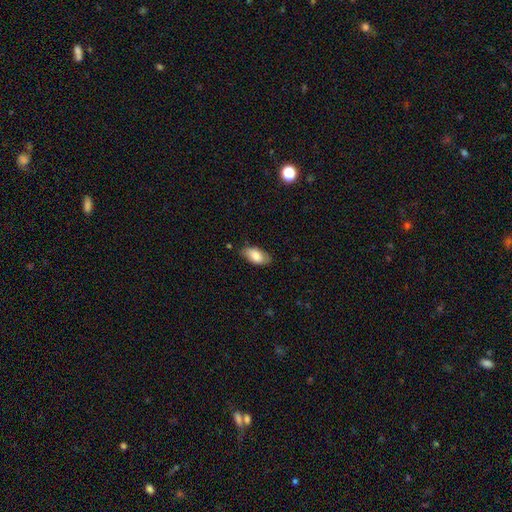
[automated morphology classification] smooth_or_featured: smooth (p=0.82) [alt: featured or disk p=0.12]
how_rounded: in between (p=0.92) [alt: cigar-shaped p=0.04]
merging: none (p=0.77) [alt: minor disturbance p=0.18]